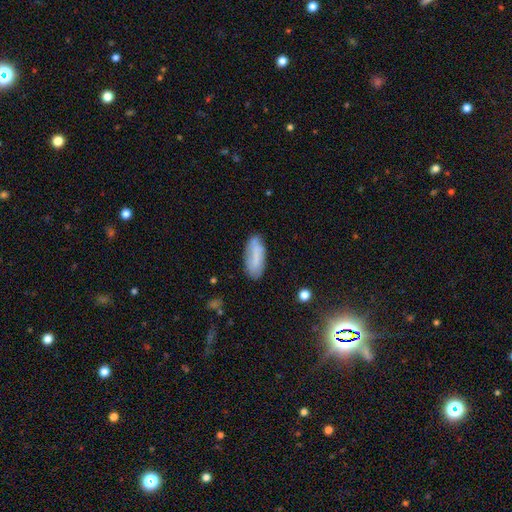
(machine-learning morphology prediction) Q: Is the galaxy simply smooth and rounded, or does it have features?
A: smooth — 67%.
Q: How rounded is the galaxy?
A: in between — 77%.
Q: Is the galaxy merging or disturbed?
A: none — 72%.